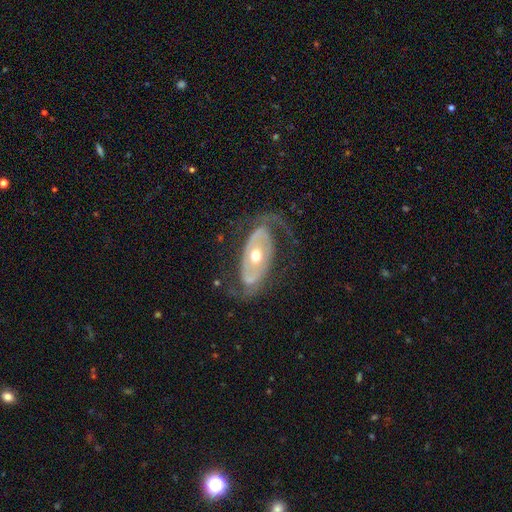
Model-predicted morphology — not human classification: featured or disk 83%, smooth 12%, star or artifact 5%. Down the decision tree: edge-on disk — no (92%); bar — no (68%); spiral arms — yes (83%); spiral arm count — 2 (80%); spiral winding — medium (40%); bulge size — moderate (75%); merging — none (65%).